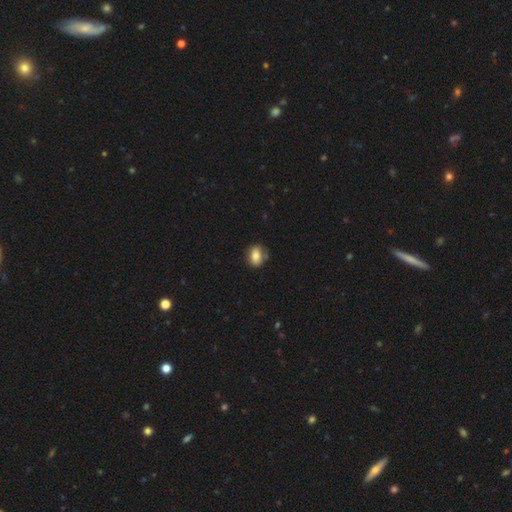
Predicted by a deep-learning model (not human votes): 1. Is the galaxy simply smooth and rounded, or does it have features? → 79% smooth, 12% featured or disk, 8% star or artifact.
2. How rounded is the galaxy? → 70% in between, 28% round, 2% cigar-shaped.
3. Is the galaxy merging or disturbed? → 78% none, 16% minor disturbance, 3% major disturbance, 3% merger.